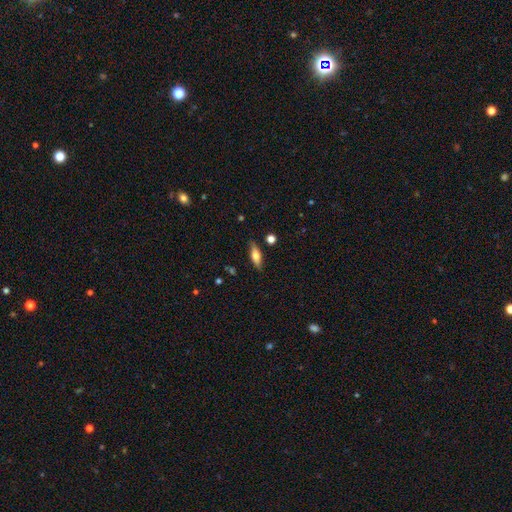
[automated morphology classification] type=smooth (57%); roundness=in between (52%); merging=none (84%).